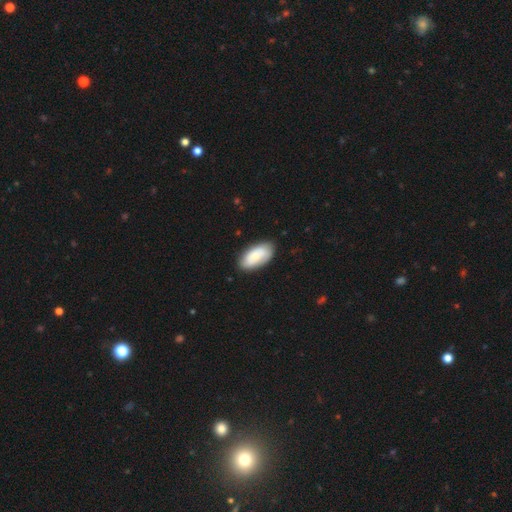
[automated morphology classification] Smooth or featured?
  - smooth: 72% *
  - featured or disk: 22%
  - star or artifact: 6%
How rounded?
  - in between: 94% *
  - cigar-shaped: 4%
  - round: 2%
Merging?
  - none: 82% *
  - minor disturbance: 14%
  - major disturbance: 3%
  - merger: 1%